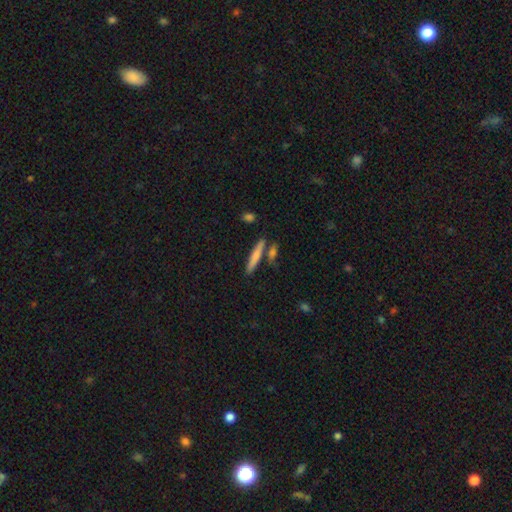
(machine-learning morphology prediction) Smooth or featured: smooth — 70% (featured or disk — 24%)
How rounded: cigar-shaped — 90% (in between — 8%)
Merging: none — 75% (merger — 12%)